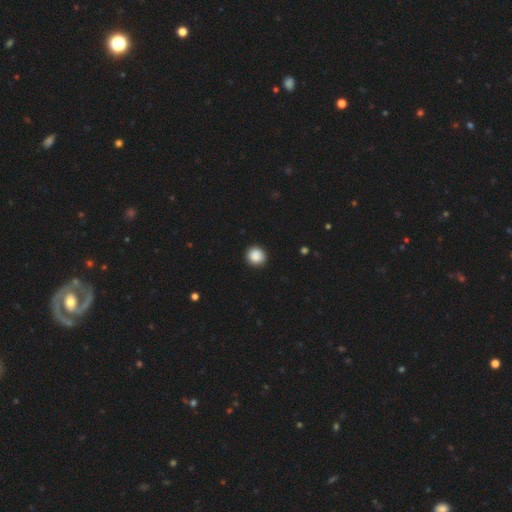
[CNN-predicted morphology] A smooth galaxy with no disk features (89%) that is round (92%). Merging: none (92%).